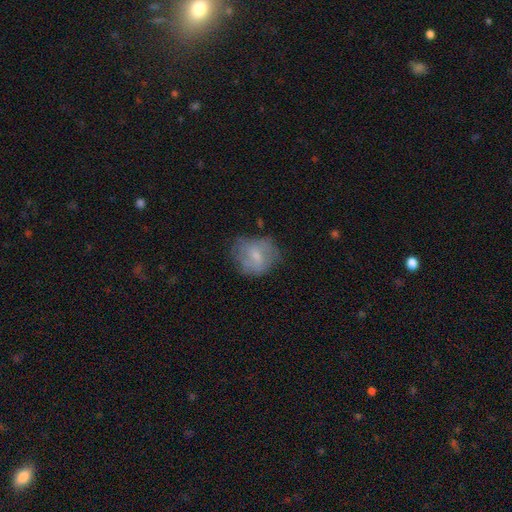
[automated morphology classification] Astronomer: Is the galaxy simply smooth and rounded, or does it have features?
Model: smooth — 55% (runner-up: featured or disk, 37%).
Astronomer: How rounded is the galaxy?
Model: round — 65%.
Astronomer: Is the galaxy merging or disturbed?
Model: none — 58%.